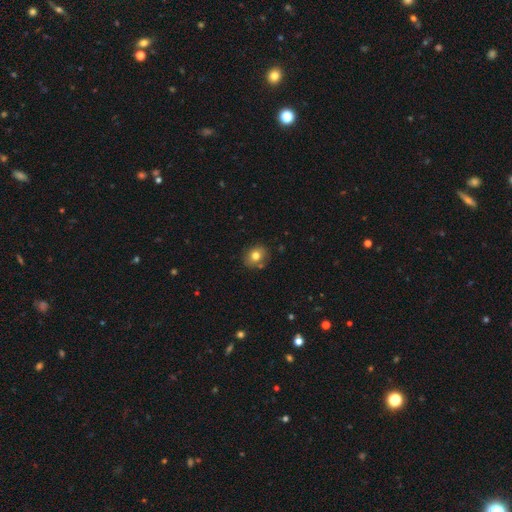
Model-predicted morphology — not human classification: Overall: smooth (76%). How rounded: round (59%; in between 40%). Merging: none (78%).